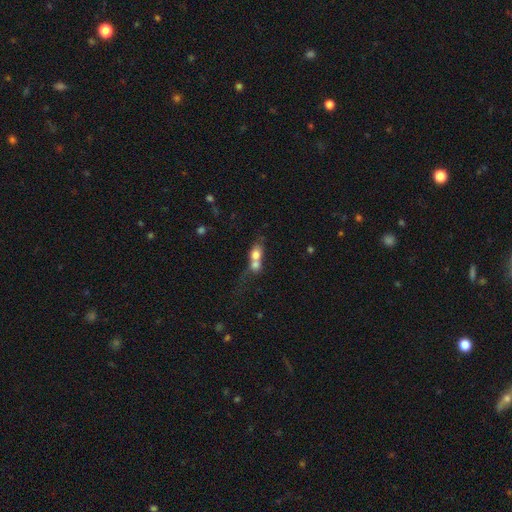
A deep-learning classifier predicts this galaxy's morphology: Q: Smooth or featured?
A: smooth (69%); runner-up: featured or disk (21%)
Q: How rounded?
A: in between (50%); runner-up: round (42%)
Q: Merging?
A: merger (74%); runner-up: none (14%)